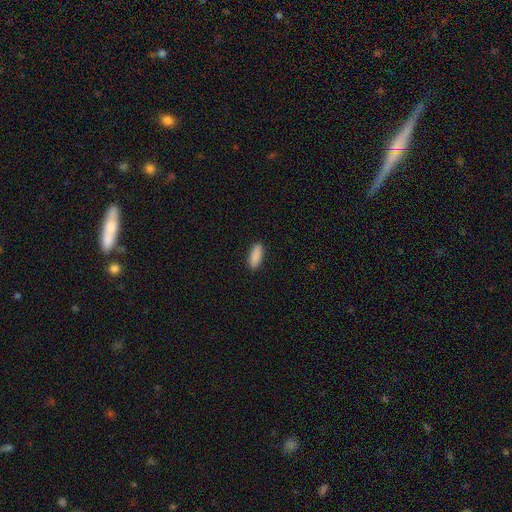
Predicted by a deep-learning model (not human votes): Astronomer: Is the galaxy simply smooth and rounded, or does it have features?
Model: smooth — 90%.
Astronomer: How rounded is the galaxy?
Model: in between — 73%.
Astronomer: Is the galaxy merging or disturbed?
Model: none — 90%.